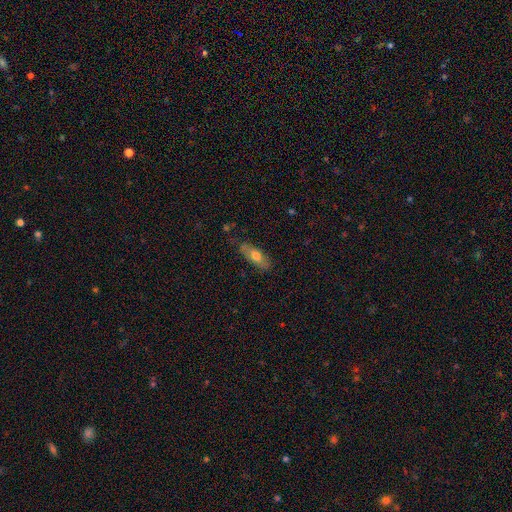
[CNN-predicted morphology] A smooth galaxy with no disk features (63%) that is in between round and cigar-shaped (66%). Merging: none (78%).